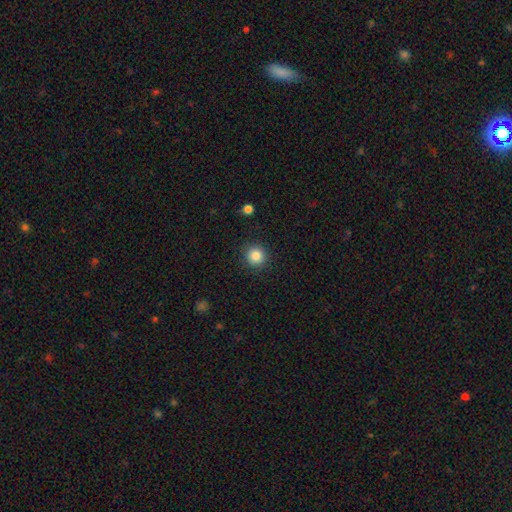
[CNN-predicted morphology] This is clearly a smooth galaxy (86%). How rounded: clearly round (93%). Merging: clearly none (90%).